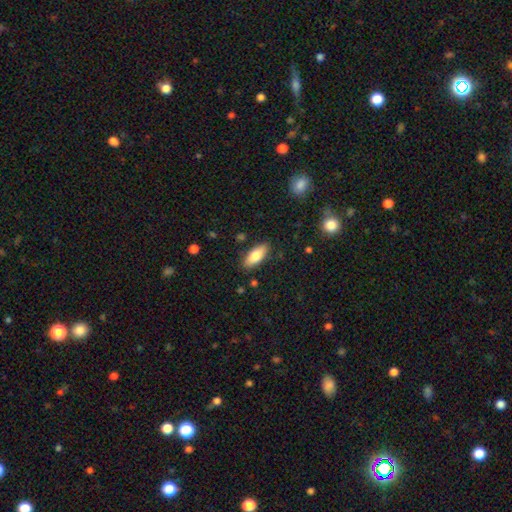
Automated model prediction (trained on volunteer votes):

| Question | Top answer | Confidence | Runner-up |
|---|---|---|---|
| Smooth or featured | smooth | 79% | featured or disk (15%) |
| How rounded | in between | 80% | cigar-shaped (18%) |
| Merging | none | 86% | minor disturbance (10%) |